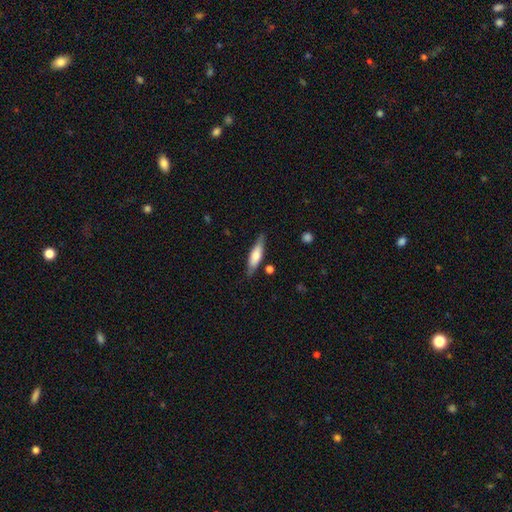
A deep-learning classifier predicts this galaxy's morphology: smooth-or-featured: smooth: 62% | featured or disk: 32% | star or artifact: 6%
  how-rounded: cigar-shaped: 70% | in between: 29% | round: 2%
  merging: none: 80% | minor disturbance: 14% | major disturbance: 3% | merger: 3%